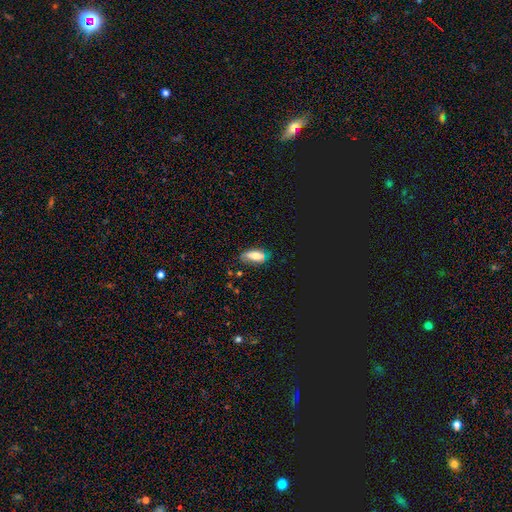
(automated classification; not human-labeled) Morphology: type=smooth (65%); roundness=in between (85%); merging=none (63%).